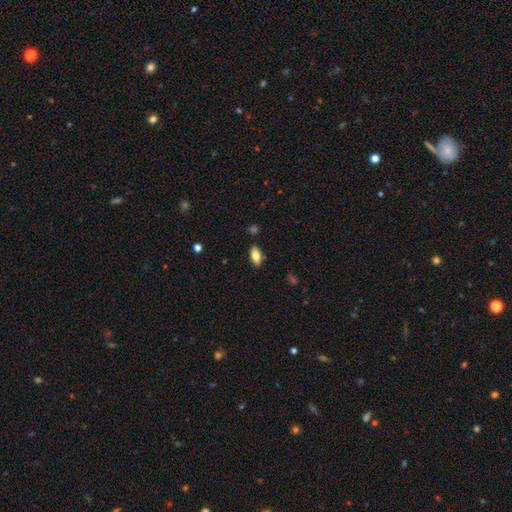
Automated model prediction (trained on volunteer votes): Overall: smooth (76%). How rounded: in between (87%). Merging: none (86%).